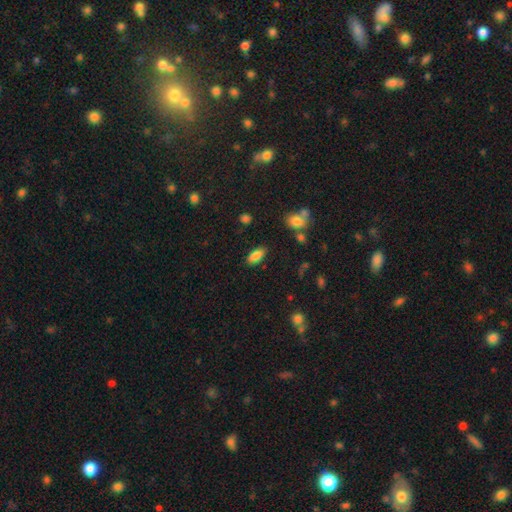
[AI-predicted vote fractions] Smooth or featured? Predicted: smooth (p=0.85). How rounded? Predicted: in between (p=0.88). Merging? Predicted: none (p=0.83).